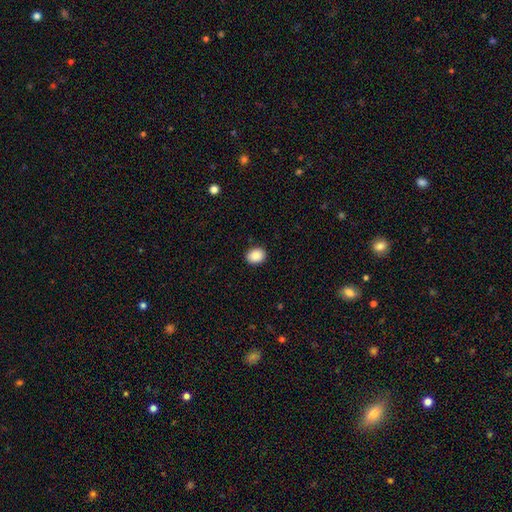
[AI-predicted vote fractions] The model was most divided on "how rounded": in between: 54%, round: 45%, cigar-shaped: 1%. More confident: merging — none (90%); smooth or featured — smooth (89%).